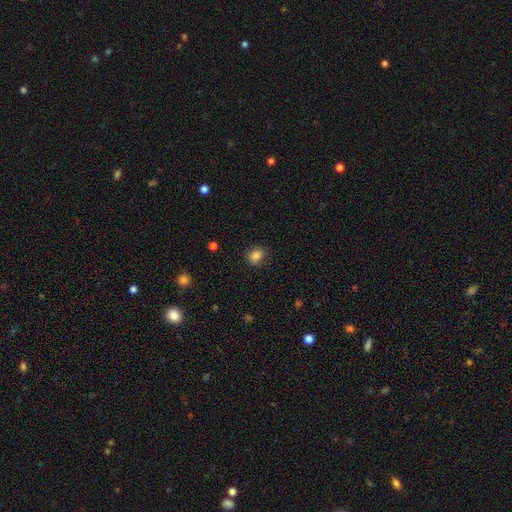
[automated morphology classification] Overall: smooth (85%). How rounded: round (61%; in between 38%). Merging: none (83%).